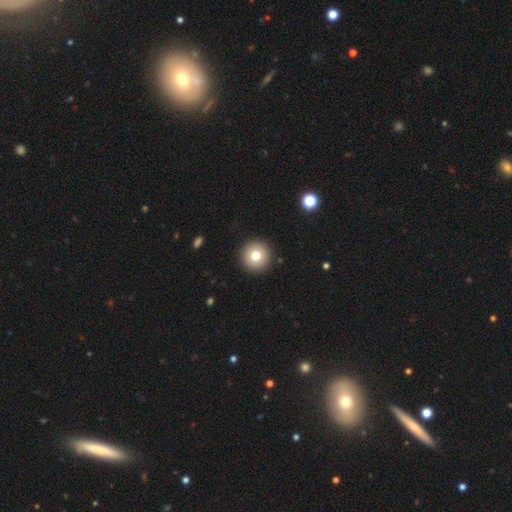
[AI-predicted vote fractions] Smooth or featured? Predicted: smooth (p=0.76). How rounded? Predicted: round (p=0.96). Merging? Predicted: none (p=0.92).